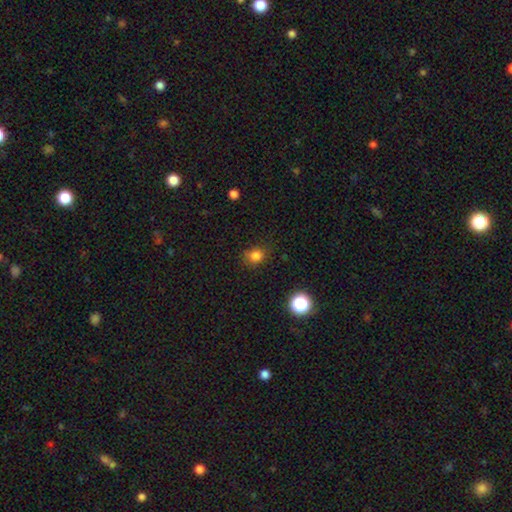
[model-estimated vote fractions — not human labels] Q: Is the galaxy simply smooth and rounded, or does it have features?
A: smooth — 81%.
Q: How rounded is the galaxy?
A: round — 72%.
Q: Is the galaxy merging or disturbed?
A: none — 77%.